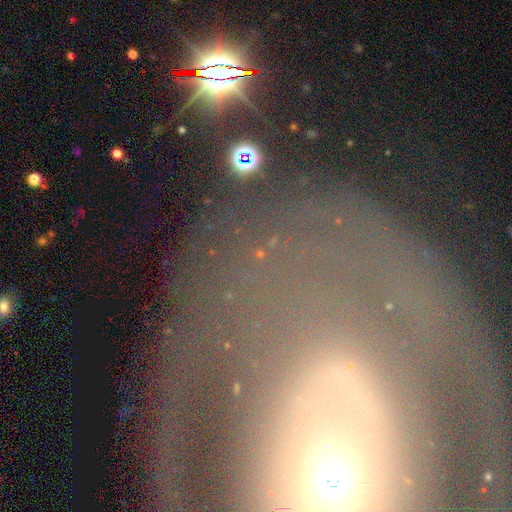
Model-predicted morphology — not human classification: The model was most divided on "smooth or featured": star or artifact: 59%, featured or disk: 21%, smooth: 20%.